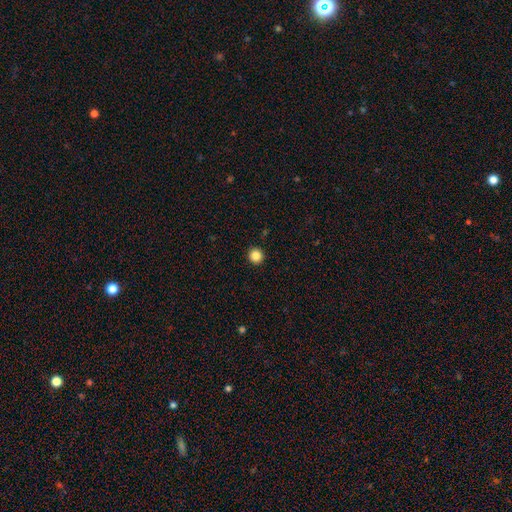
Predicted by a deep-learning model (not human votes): smooth 86%, star or artifact 11%, featured or disk 4%. Down the decision tree: how rounded — round (94%); merging — none (93%).